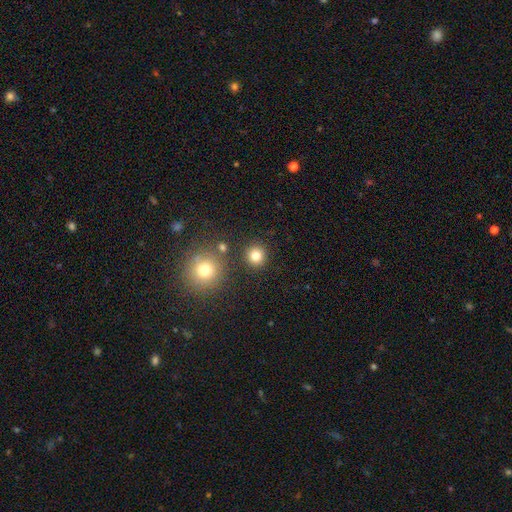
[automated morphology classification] Smooth or featured: smooth — 81% (star or artifact — 14%)
How rounded: round — 92% (in between — 7%)
Merging: none — 87% (minor disturbance — 6%)